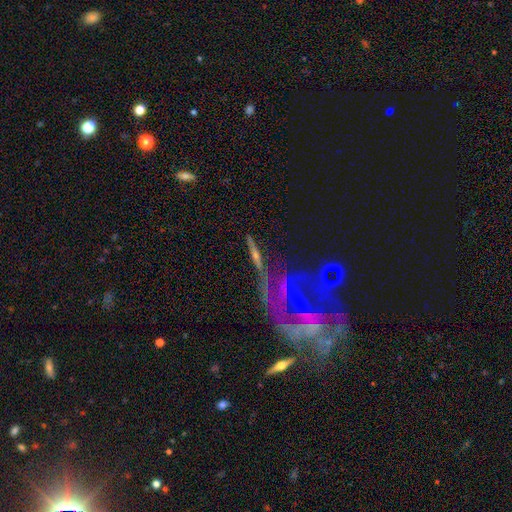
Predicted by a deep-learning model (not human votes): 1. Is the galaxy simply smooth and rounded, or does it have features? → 58% featured or disk, 21% smooth, 21% star or artifact.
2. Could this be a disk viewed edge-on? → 63% yes, 37% no.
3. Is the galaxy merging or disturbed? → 58% none, 18% minor disturbance, 13% major disturbance, 11% merger.